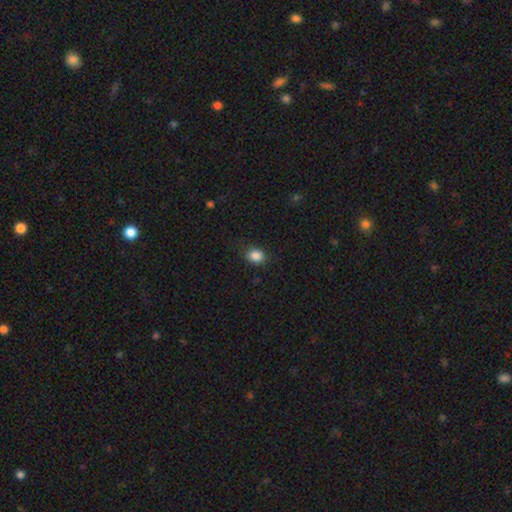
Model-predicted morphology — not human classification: Smooth or featured?
  - smooth: 86% *
  - star or artifact: 10%
  - featured or disk: 4%
How rounded?
  - in between: 53% *
  - round: 46%
  - cigar-shaped: 1%
Merging?
  - none: 81% *
  - minor disturbance: 14%
  - major disturbance: 4%
  - merger: 1%